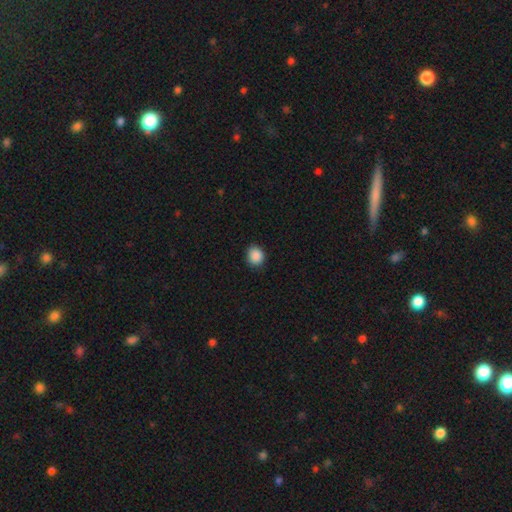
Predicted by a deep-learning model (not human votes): This is clearly a smooth galaxy (89%). How rounded: likely round (78%). Merging: clearly none (88%).